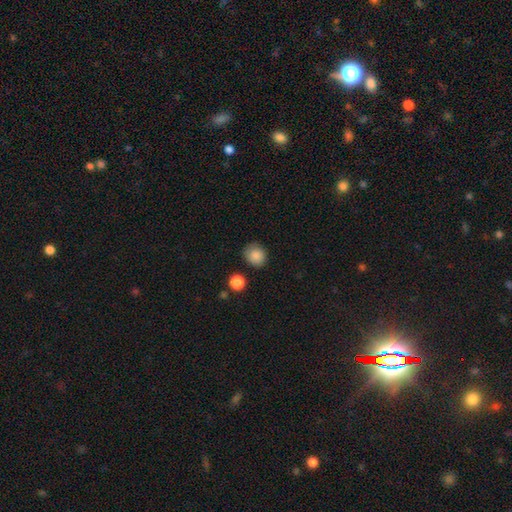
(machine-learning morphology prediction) Q: Smooth or featured?
A: smooth (87%); runner-up: star or artifact (9%)
Q: How rounded?
A: round (83%); runner-up: in between (16%)
Q: Merging?
A: none (83%); runner-up: minor disturbance (12%)